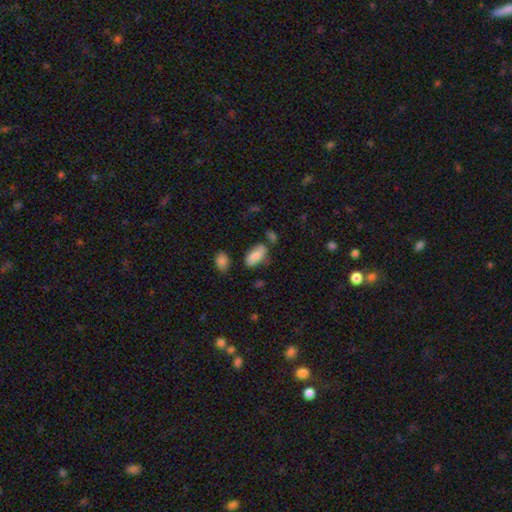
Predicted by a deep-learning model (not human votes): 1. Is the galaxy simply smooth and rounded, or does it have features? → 70% smooth, 22% featured or disk, 8% star or artifact.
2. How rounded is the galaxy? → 91% in between, 5% cigar-shaped, 4% round.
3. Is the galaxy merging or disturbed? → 57% none, 26% minor disturbance, 8% merger, 8% major disturbance.